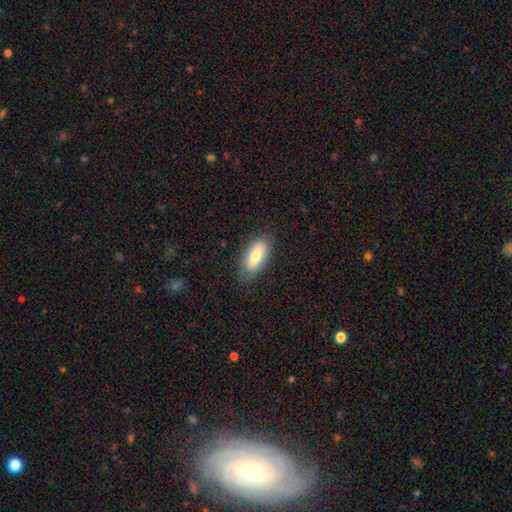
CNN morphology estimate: Overall: smooth (71%). How rounded: in between (80%). Merging: none (80%).